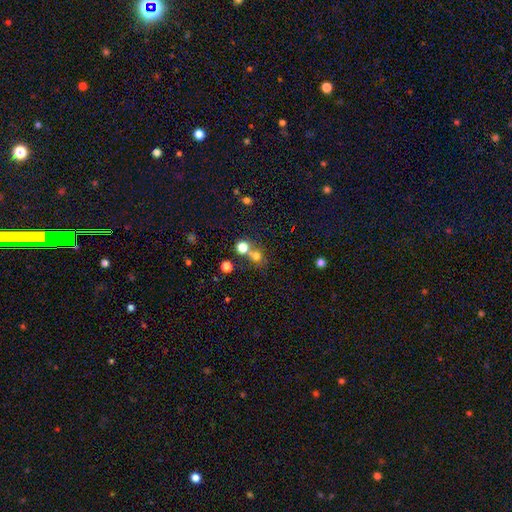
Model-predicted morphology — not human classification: A smooth galaxy with no disk features (71%) that is round (84%).

Vote fractions:
- Smooth or featured? smooth: 71% / star or artifact: 19% / featured or disk: 10%
- How rounded? round: 84% / in between: 15% / cigar-shaped: 1%
- Merging? none: 50% / merger: 39% / minor disturbance: 7% / major disturbance: 4%